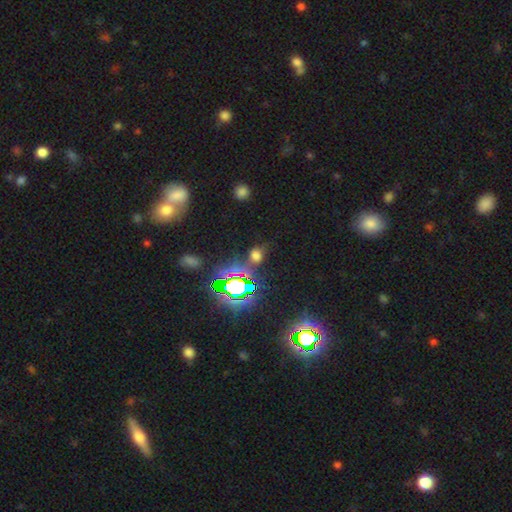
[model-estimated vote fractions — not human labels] A smooth galaxy with no disk features (45%, tied with star or artifact).

Vote fractions:
- Smooth or featured? smooth: 45% (tied) / star or artifact: 45% (tied) / featured or disk: 11%
- Merging? none: 67% / minor disturbance: 16% / major disturbance: 9% / merger: 8%